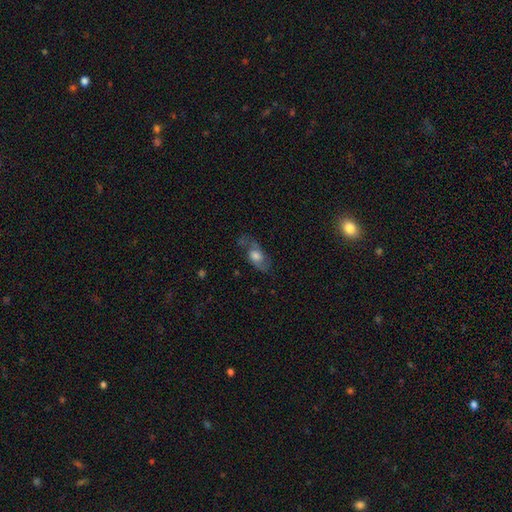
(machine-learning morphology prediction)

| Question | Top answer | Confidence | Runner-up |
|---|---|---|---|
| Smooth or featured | featured or disk | 59% | smooth (31%) |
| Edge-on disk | no | 83% | yes (17%) |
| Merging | none | 64% | minor disturbance (20%) |